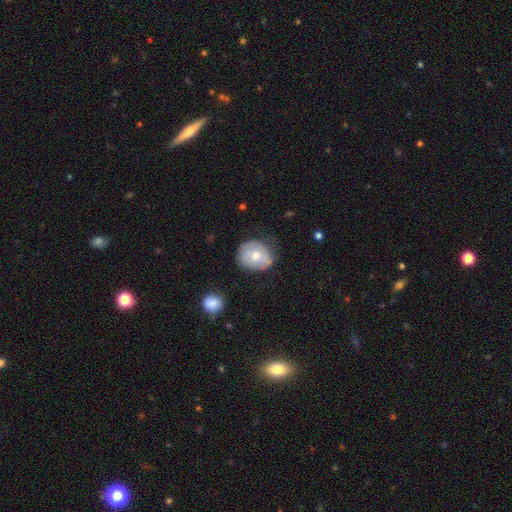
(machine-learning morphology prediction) This appears to be a smooth galaxy with no disk features (52%) that is round (76%). Merging: none (65%).